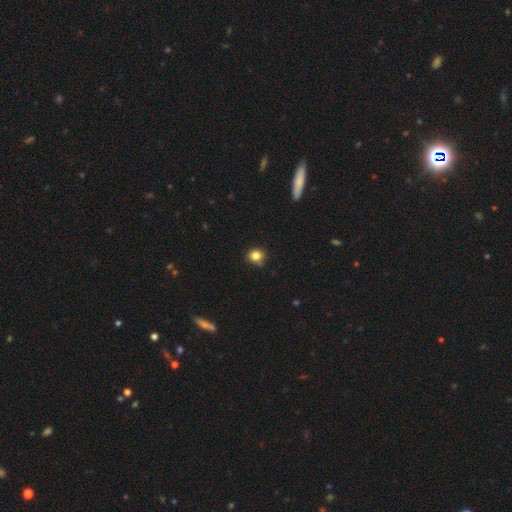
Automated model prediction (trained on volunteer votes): Morphology: type=smooth (82%); roundness=round (84%); merging=none (81%).